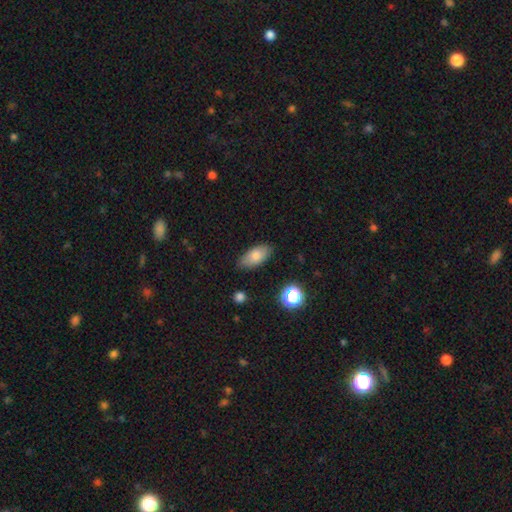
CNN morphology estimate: Smooth or featured? smooth (79%)
How rounded? in between (91%)
Merging? none (80%)